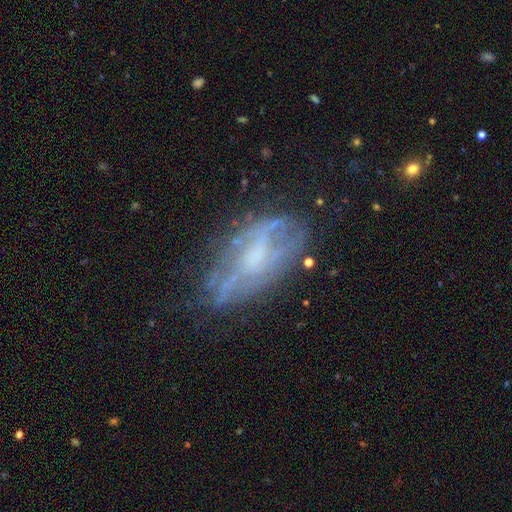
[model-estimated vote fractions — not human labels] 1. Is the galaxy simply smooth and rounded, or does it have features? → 69% featured or disk, 21% smooth, 11% star or artifact.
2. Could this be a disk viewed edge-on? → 87% no, 13% yes.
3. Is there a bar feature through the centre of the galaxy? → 61% no, 30% weak, 9% strong.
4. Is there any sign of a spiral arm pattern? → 51% yes, 49% no.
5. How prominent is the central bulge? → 32% none, 31% small, 30% moderate, 6% large, 1% dominant.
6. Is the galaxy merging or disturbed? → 56% none, 23% minor disturbance, 17% major disturbance, 3% merger.